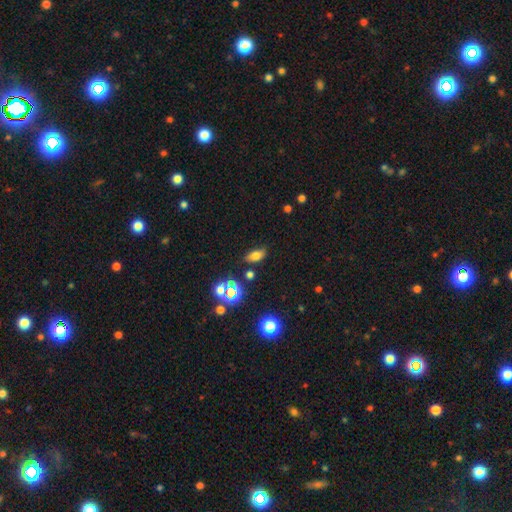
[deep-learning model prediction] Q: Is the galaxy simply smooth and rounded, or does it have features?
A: smooth — 69%.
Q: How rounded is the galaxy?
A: in between — 83%.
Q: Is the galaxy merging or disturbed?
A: none — 78%.